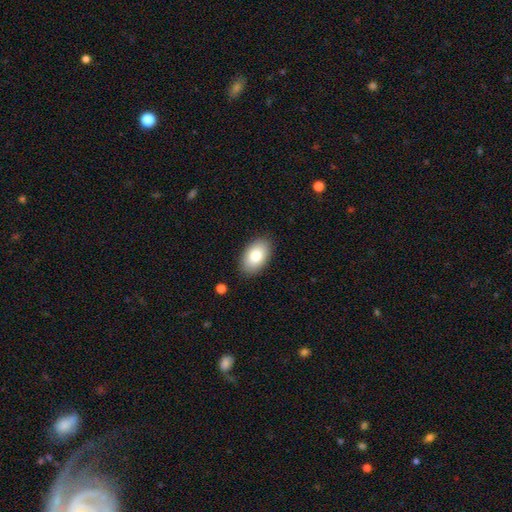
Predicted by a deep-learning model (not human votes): This appears to be a smooth galaxy with no disk features (79%) that is in between round and cigar-shaped (93%). Merging: none (88%).